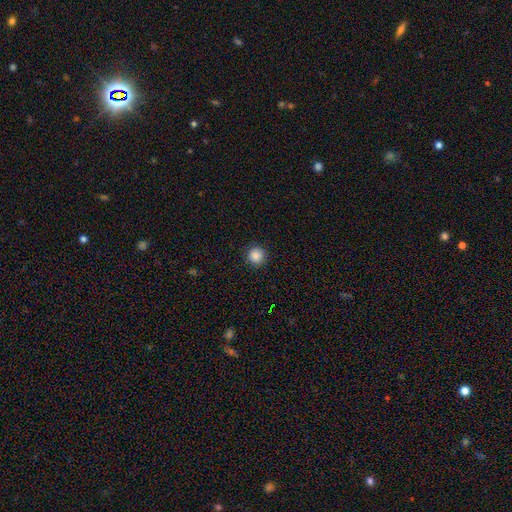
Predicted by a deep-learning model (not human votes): Morphology: type=smooth (87%); roundness=round (94%); merging=none (91%).